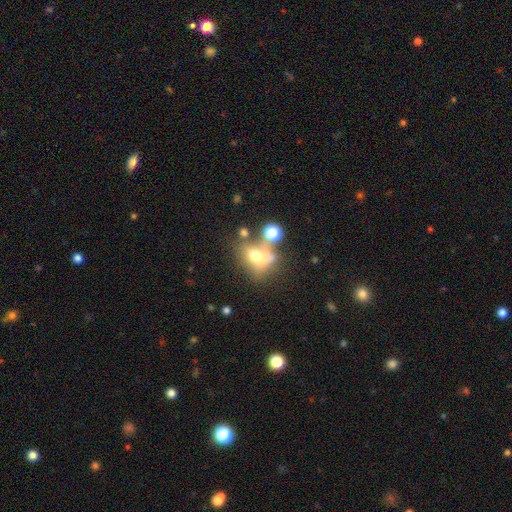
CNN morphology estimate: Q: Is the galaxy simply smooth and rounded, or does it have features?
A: smooth — 55%.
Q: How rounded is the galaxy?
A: in between — 51%.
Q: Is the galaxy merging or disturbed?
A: merger — 41%.